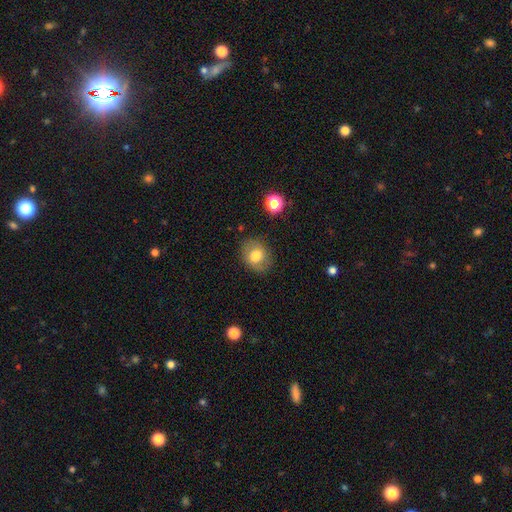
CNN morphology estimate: smooth-or-featured: smooth: 69% | featured or disk: 22% | star or artifact: 10%
  how-rounded: round: 57% | in between: 42% | cigar-shaped: 1%
  merging: none: 80% | minor disturbance: 14% | major disturbance: 5% | merger: 2%